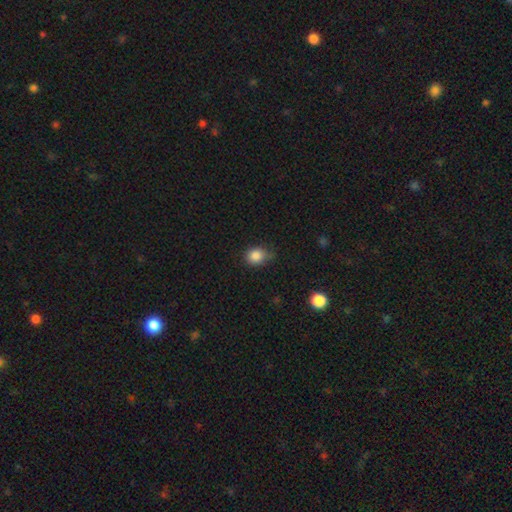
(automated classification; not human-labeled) Morphology: type=smooth (85%); roundness=round (65%); merging=none (65%).